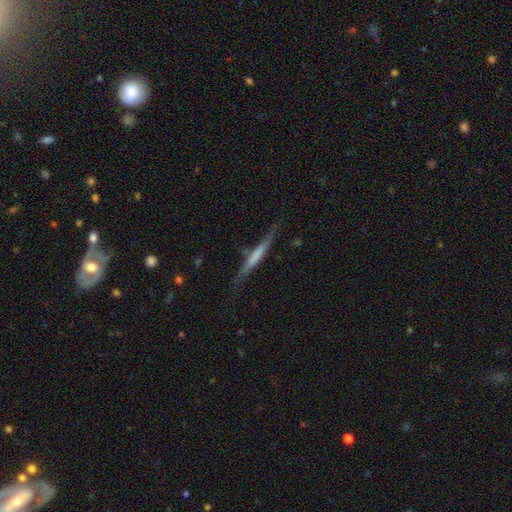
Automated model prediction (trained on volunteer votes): Overall: featured or disk (50%; smooth 44%). Merging: none (74%).